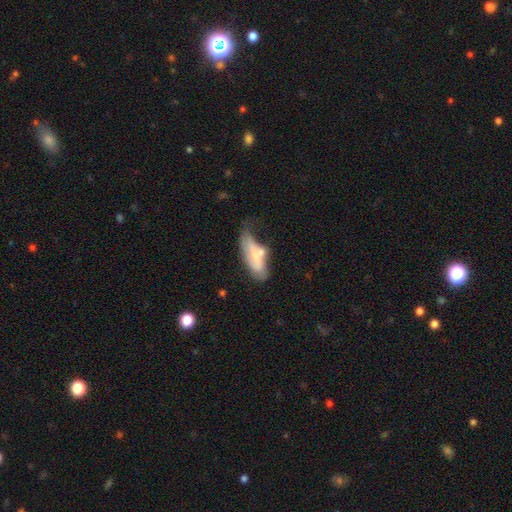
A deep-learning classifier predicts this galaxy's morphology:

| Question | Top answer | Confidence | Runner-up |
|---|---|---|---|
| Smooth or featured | smooth | 56% | featured or disk (36%) |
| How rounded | in between | 70% | cigar-shaped (28%) |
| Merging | minor disturbance | 29% | none (27%) |